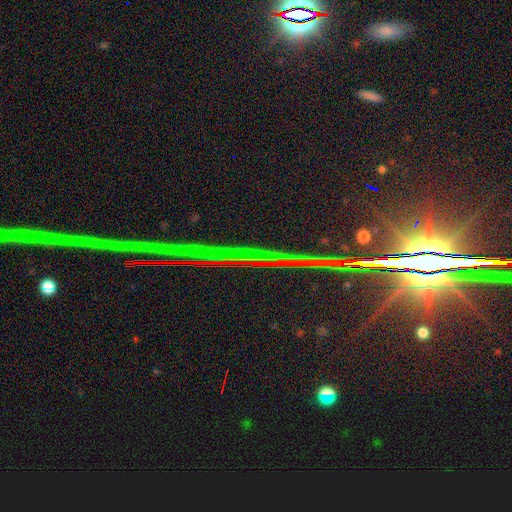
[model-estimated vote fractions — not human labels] This appears to be a star or artifact, not a galaxy (88%).